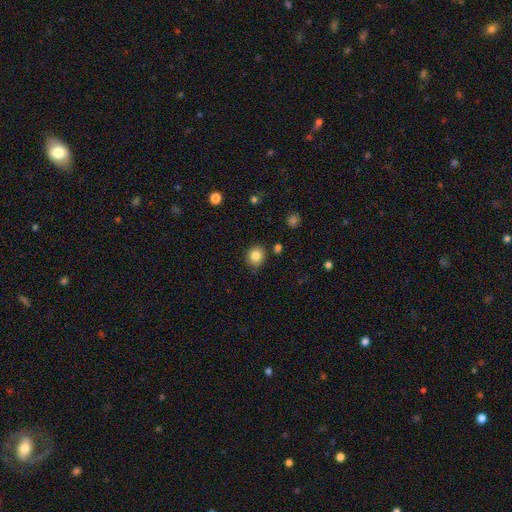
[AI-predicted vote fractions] This is clearly a smooth galaxy (83%). How rounded: likely round (77%). Merging: clearly none (82%).